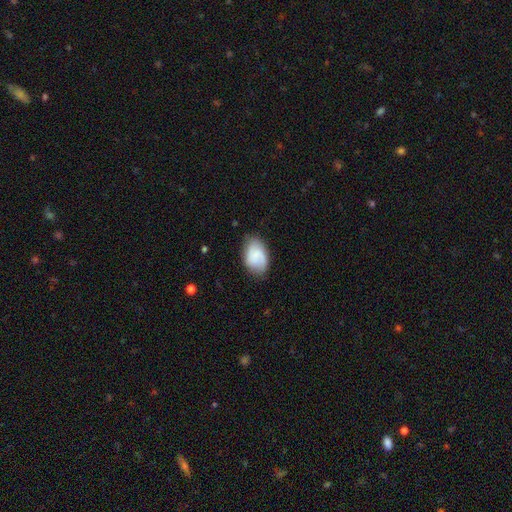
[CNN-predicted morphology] Smooth or featured: smooth — 65% (featured or disk — 28%)
How rounded: in between — 86% (round — 13%)
Merging: none — 71% (minor disturbance — 22%)